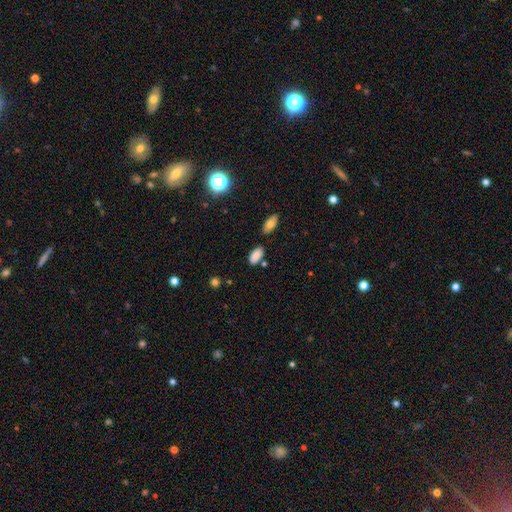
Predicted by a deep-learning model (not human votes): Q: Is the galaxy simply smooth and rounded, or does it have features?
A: smooth — 84%.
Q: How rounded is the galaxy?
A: in between — 91%.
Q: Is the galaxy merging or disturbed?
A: none — 71%.